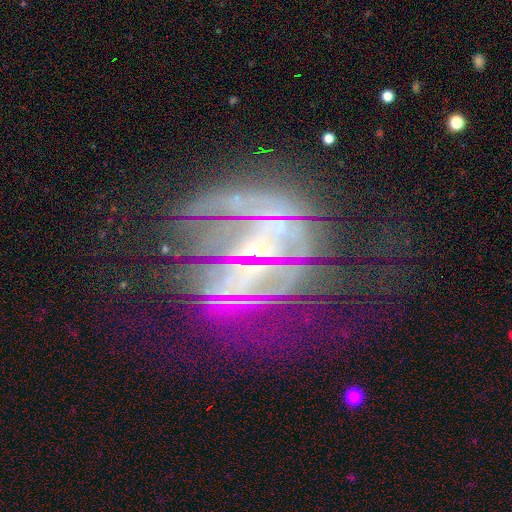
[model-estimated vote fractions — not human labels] smooth-or-featured: featured or disk: 68% | star or artifact: 20% | smooth: 12%
  disk-edge-on: no: 92% | yes: 8%
    bar: no: 62% | weak: 23% | strong: 16%
    has-spiral-arms: yes: 52% | no: 48%
    bulge-size: small: 53% | moderate: 23% | none: 17% | large: 5% | dominant: 3%
  merging: none: 46% | major disturbance: 31% | minor disturbance: 17% | merger: 6%